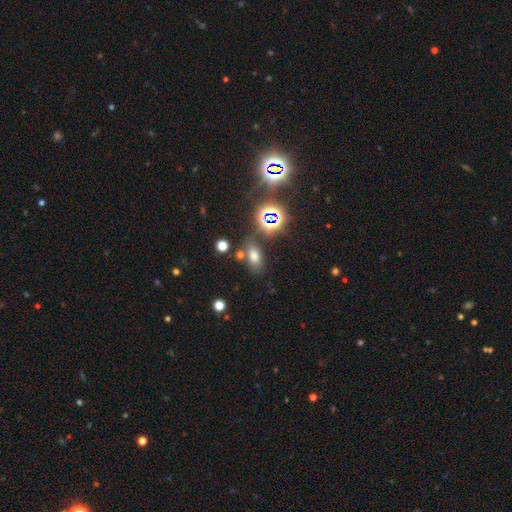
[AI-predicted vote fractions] This is possibly a smooth galaxy (56%). How rounded: likely in between (79%). Merging: likely none (72%).